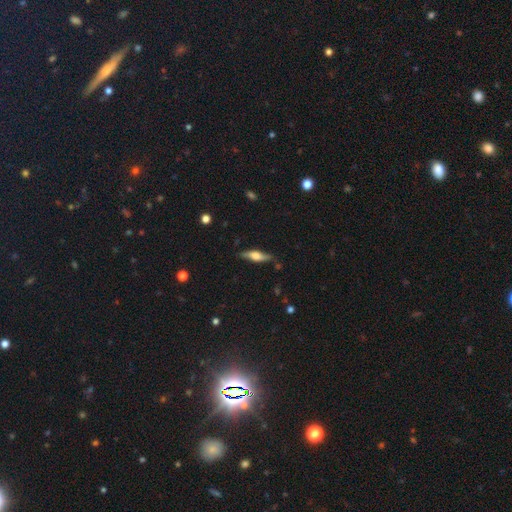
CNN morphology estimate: A featured or disk galaxy (48%). Merging: none (80%).